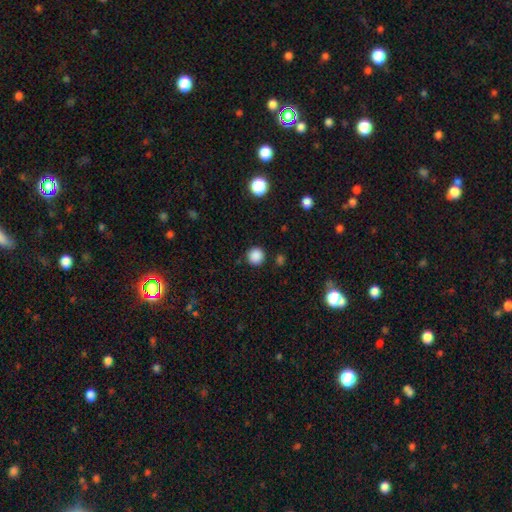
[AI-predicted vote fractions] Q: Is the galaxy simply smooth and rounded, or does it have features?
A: smooth — 87%.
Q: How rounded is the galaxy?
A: round — 95%.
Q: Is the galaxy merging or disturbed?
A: none — 89%.